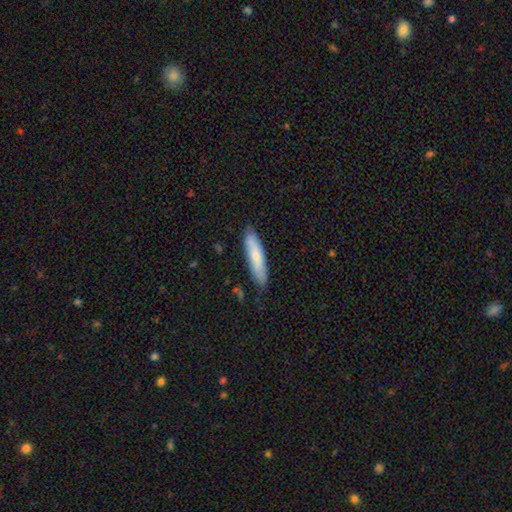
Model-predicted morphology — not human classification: smooth 77%, featured or disk 18%, star or artifact 5%. Down the decision tree: how rounded — cigar-shaped (78%); merging — none (82%).